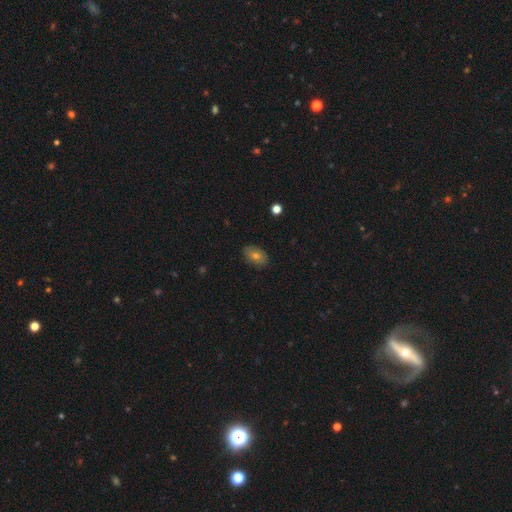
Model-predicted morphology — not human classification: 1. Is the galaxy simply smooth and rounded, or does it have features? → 69% smooth, 19% featured or disk, 12% star or artifact.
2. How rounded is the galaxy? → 85% in between, 13% round, 2% cigar-shaped.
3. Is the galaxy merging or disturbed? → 85% none, 11% minor disturbance, 2% major disturbance, 1% merger.